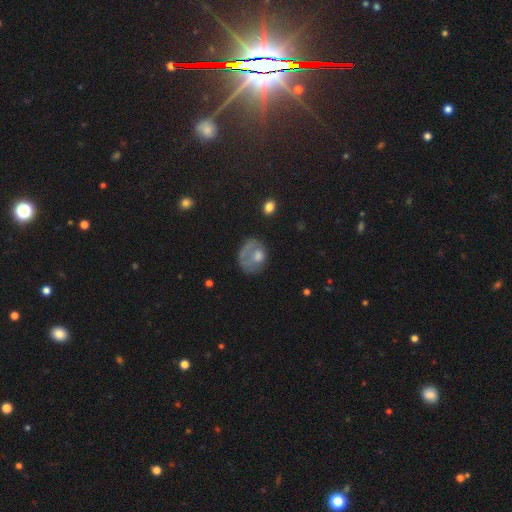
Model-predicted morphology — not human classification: Smooth or featured: smooth — 52% (featured or disk — 39%)
How rounded: round — 54% (in between — 45%)
Merging: none — 39% (major disturbance — 34%)